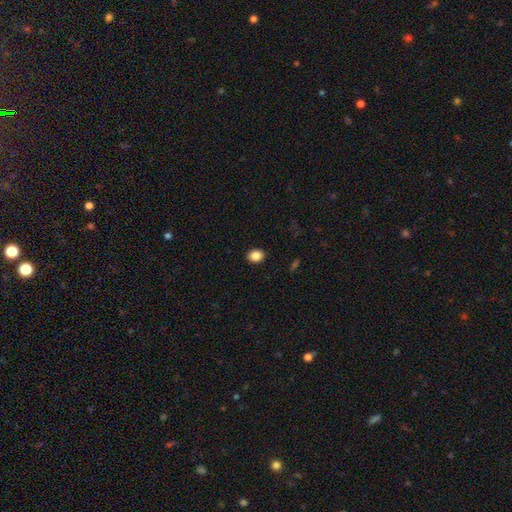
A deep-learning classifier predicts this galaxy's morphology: Overall: smooth (87%). How rounded: in between (58%; round 41%). Merging: none (91%).